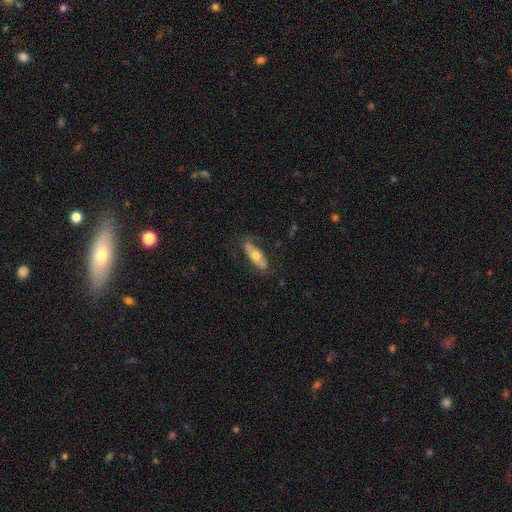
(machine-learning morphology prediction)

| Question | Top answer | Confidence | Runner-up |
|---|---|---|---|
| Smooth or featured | smooth | 57% | featured or disk (38%) |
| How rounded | in between | 66% | cigar-shaped (31%) |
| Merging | none | 77% | minor disturbance (17%) |